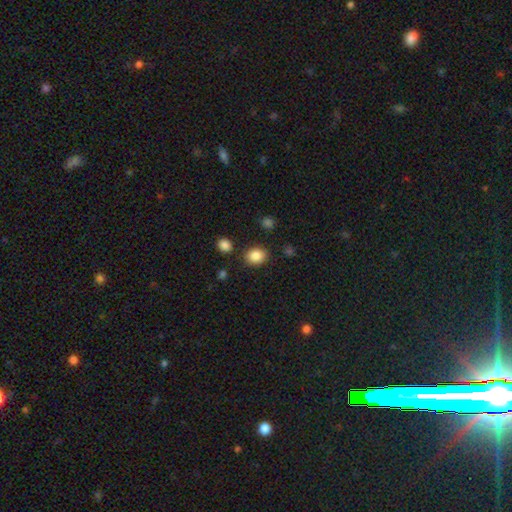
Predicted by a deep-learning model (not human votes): This appears to be a smooth galaxy with no disk features (86%) that is round (51%). Merging: none (84%).